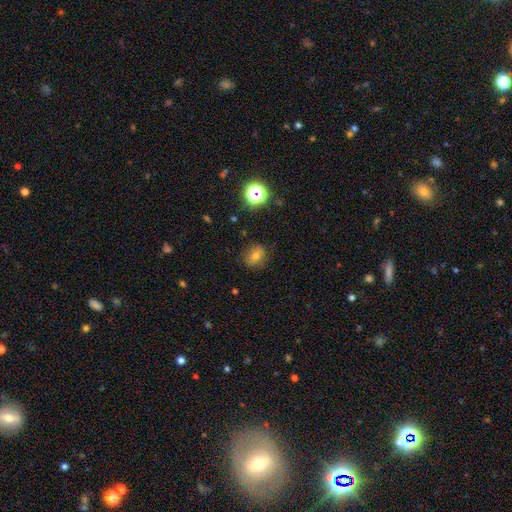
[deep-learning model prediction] Smooth or featured?
  - smooth: 60% *
  - featured or disk: 20%
  - star or artifact: 20%
How rounded?
  - round: 52% *
  - in between: 46%
  - cigar-shaped: 2%
Merging?
  - none: 79% *
  - minor disturbance: 15%
  - major disturbance: 4%
  - merger: 2%